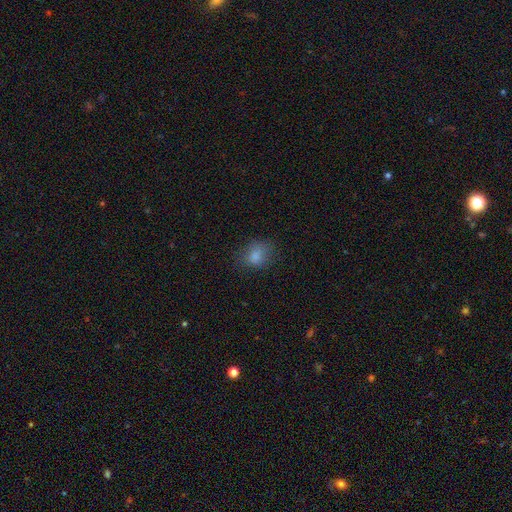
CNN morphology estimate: smooth_or_featured: smooth (p=0.81) [alt: star or artifact p=0.12]
how_rounded: in between (p=0.56) [alt: round p=0.43]
merging: none (p=0.68) [alt: minor disturbance p=0.22]